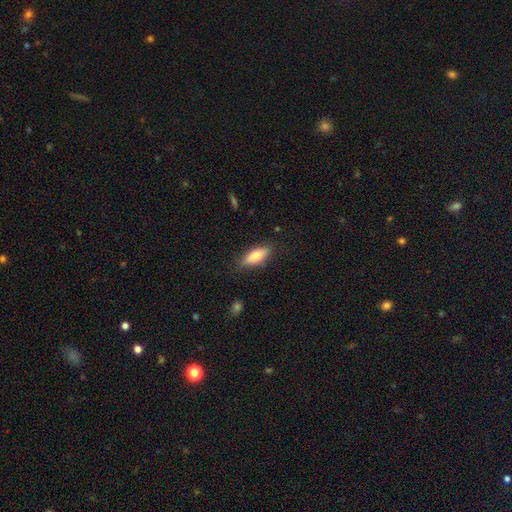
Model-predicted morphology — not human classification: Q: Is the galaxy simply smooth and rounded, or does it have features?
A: smooth — 69%.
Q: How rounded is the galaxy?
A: in between — 59%.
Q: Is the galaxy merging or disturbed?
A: none — 82%.